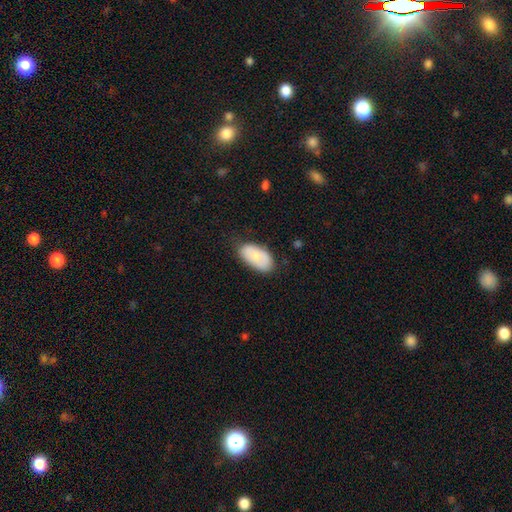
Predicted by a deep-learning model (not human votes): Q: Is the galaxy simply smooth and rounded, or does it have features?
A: smooth — 76%.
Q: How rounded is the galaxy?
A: in between — 95%.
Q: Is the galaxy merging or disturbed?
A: none — 70%.